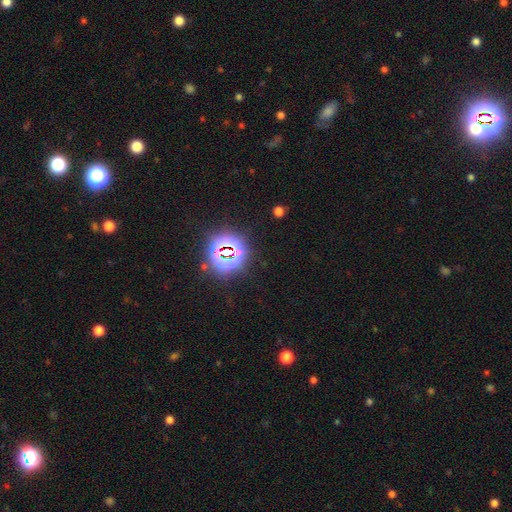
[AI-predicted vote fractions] Smooth or featured? star or artifact (83%)